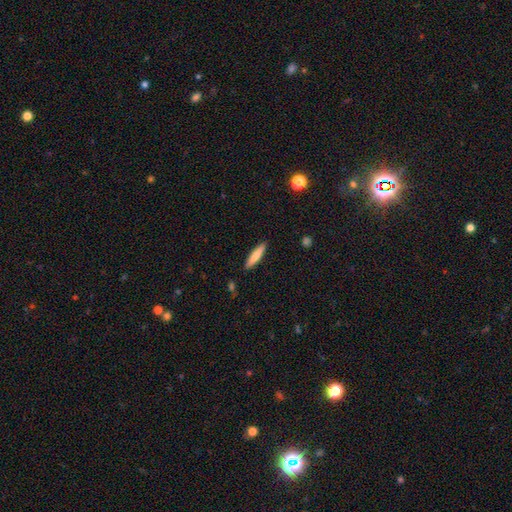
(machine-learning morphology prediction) Smooth or featured? smooth (75%)
How rounded? cigar-shaped (83%)
Merging? none (90%)